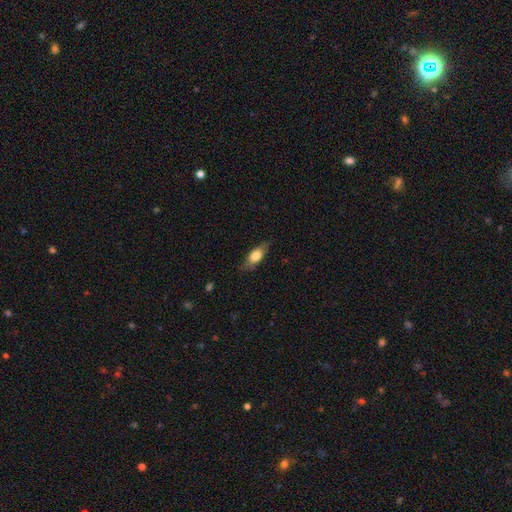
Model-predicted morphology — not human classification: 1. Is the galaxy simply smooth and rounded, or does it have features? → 66% smooth, 28% featured or disk, 7% star or artifact.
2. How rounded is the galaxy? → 71% in between, 24% cigar-shaped, 4% round.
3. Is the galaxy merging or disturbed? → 78% none, 17% minor disturbance, 4% major disturbance, 1% merger.